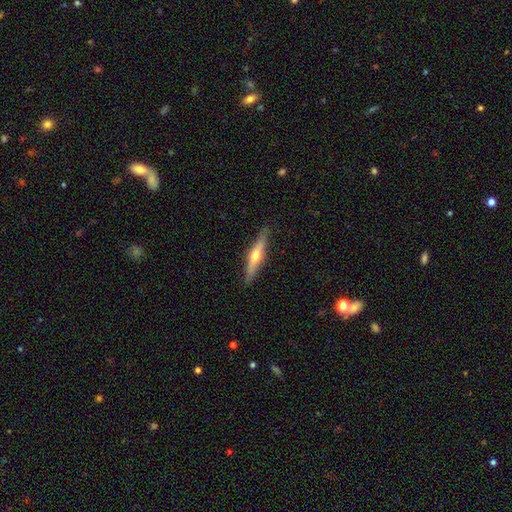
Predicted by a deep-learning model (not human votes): A featured or disk galaxy (58%) viewed edge-on (95%) with a rounded central bulge (91%).

Vote fractions:
- Smooth or featured? featured or disk: 58% / smooth: 37% / star or artifact: 5%
- Edge-on disk? yes: 95% / no: 5%
- Edge-on bulge? rounded: 91% / none: 6% / boxy: 3%
- Merging? none: 89% / minor disturbance: 9% / major disturbance: 2% / merger: 1%